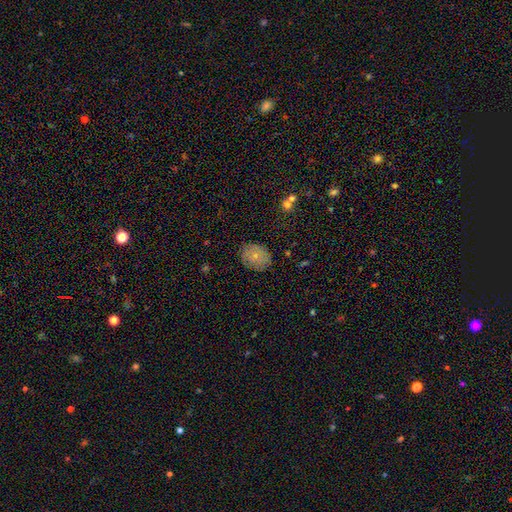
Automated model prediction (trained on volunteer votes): Morphology: type=smooth (67%); roundness=in between (55%); merging=none (81%).